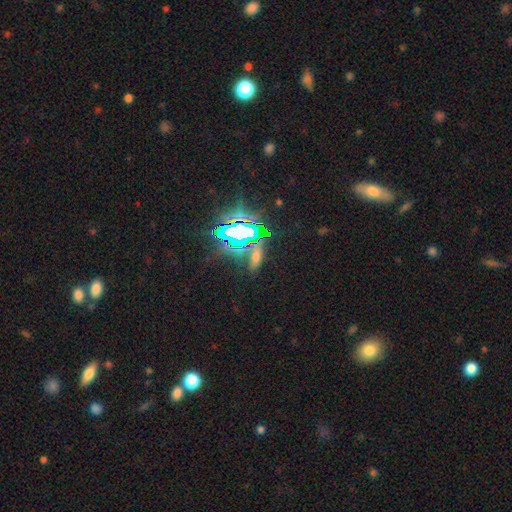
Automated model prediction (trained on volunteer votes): A star or artifact, not a galaxy (51%).

Vote fractions:
- Smooth or featured? star or artifact: 51% / smooth: 34% / featured or disk: 16%